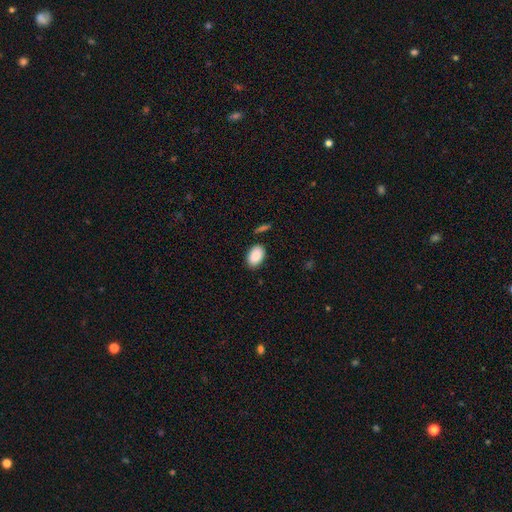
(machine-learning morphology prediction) A smooth galaxy with no disk features (89%) that is in between round and cigar-shaped (89%). Merging: none (83%).